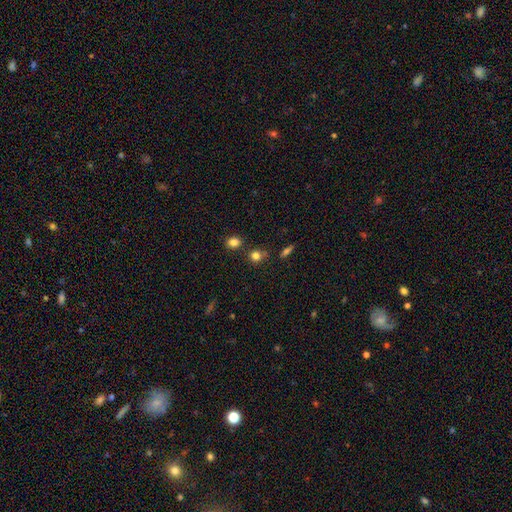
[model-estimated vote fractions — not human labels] smooth 80%, star or artifact 14%, featured or disk 6%. Down the decision tree: how rounded — round (79%); merging — none (71%).